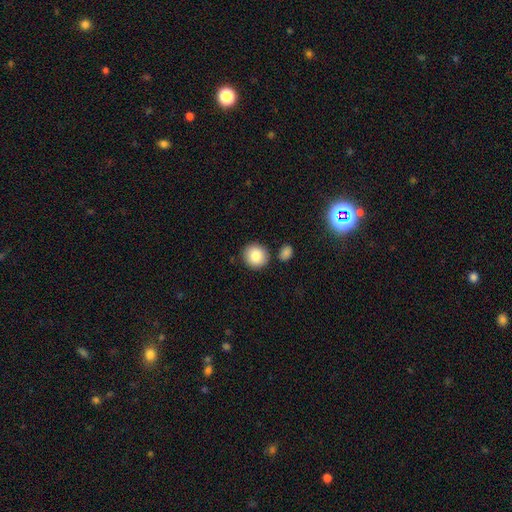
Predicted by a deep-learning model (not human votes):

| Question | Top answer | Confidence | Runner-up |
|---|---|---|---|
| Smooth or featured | smooth | 85% | star or artifact (8%) |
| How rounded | round | 90% | in between (9%) |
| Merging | none | 83% | minor disturbance (9%) |